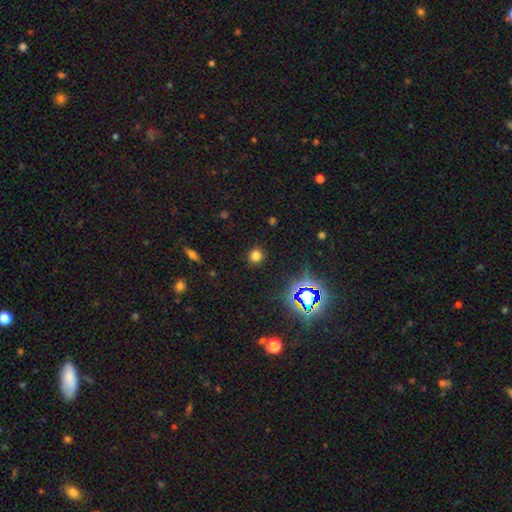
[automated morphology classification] The model was most divided on "smooth or featured": smooth: 72%, star or artifact: 22%, featured or disk: 6%. More confident: merging — none (88%); how rounded — round (86%).